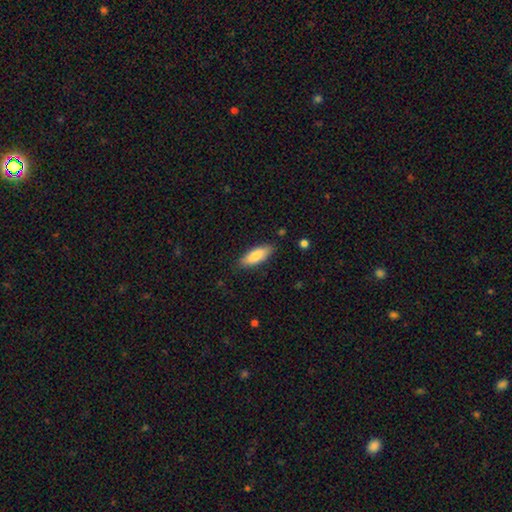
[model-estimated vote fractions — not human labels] Smooth or featured: smooth — 83% (featured or disk — 11%)
How rounded: in between — 66% (cigar-shaped — 32%)
Merging: none — 84% (minor disturbance — 12%)